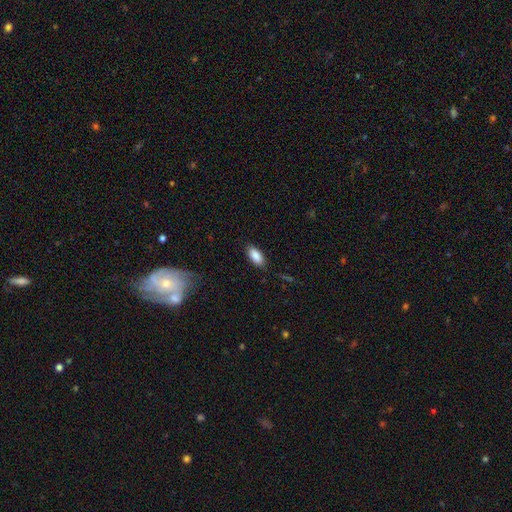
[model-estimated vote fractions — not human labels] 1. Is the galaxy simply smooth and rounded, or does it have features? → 88% smooth, 7% star or artifact, 5% featured or disk.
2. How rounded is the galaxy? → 90% in between, 7% cigar-shaped, 2% round.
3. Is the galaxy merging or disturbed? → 85% none, 11% minor disturbance, 3% major disturbance, 1% merger.